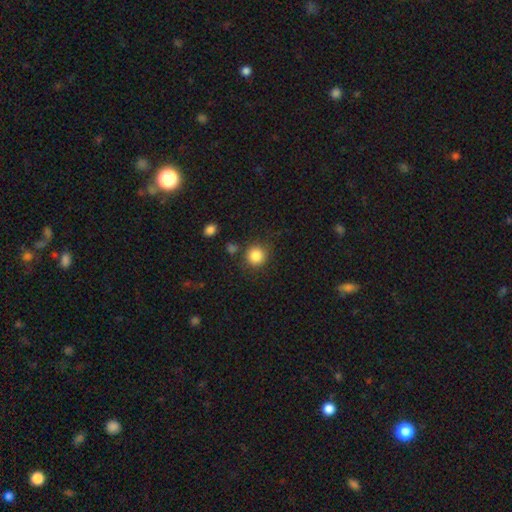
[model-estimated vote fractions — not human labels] Smooth or featured? Predicted: smooth (p=0.85). How rounded? Predicted: round (p=0.92). Merging? Predicted: none (p=0.82).